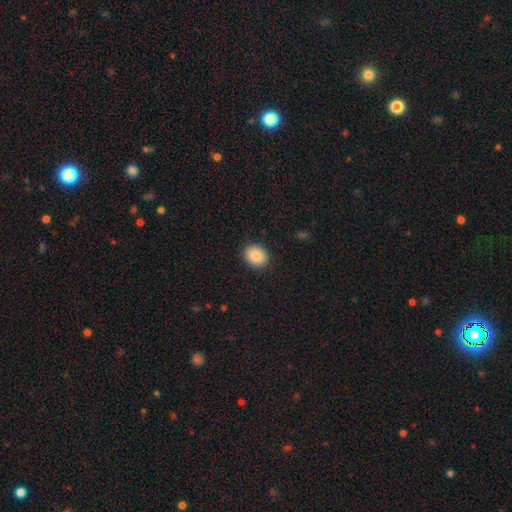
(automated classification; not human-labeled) Overall: smooth (85%). How rounded: round (55%; in between 44%). Merging: none (90%).